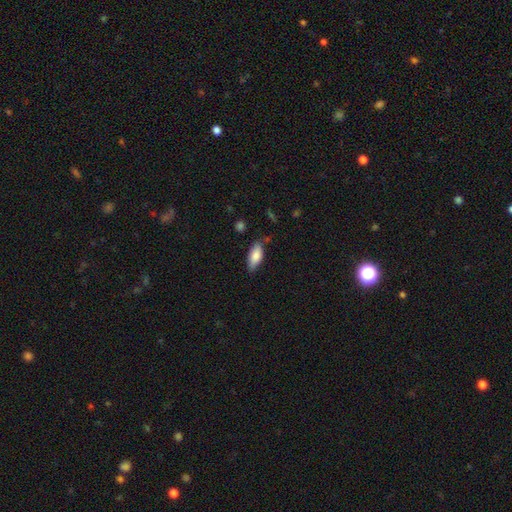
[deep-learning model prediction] Smooth or featured?
  - smooth: 82% *
  - featured or disk: 12%
  - star or artifact: 6%
How rounded?
  - in between: 82% *
  - cigar-shaped: 16%
  - round: 2%
Merging?
  - none: 76% *
  - minor disturbance: 18%
  - major disturbance: 3%
  - merger: 2%